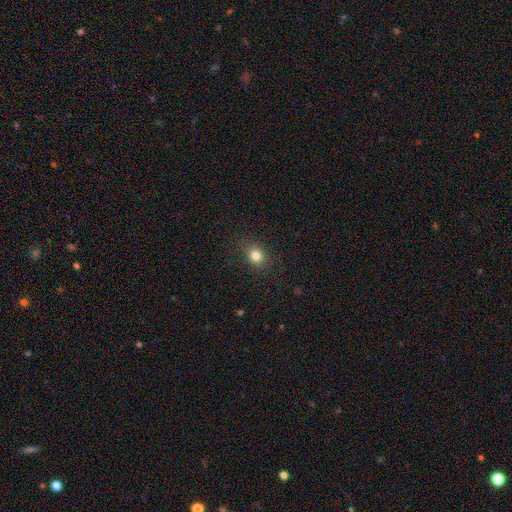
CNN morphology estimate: smooth_or_featured: smooth (p=0.80) [alt: star or artifact p=0.13]
how_rounded: round (p=0.67) [alt: in between p=0.32]
merging: none (p=0.86) [alt: minor disturbance p=0.09]